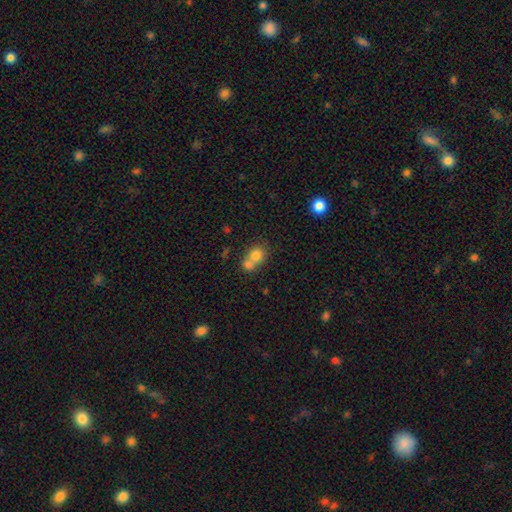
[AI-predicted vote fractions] Smooth or featured?
  - smooth: 77% *
  - featured or disk: 12%
  - star or artifact: 11%
How rounded?
  - round: 77% *
  - in between: 22%
  - cigar-shaped: 1%
Merging?
  - merger: 58% *
  - none: 33%
  - minor disturbance: 6%
  - major disturbance: 3%